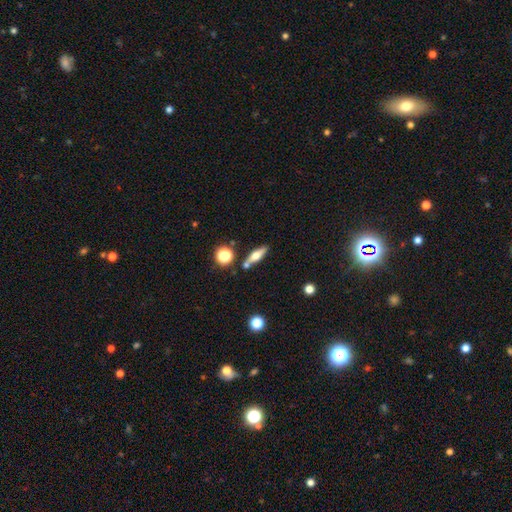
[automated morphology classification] Smooth or featured? featured or disk (48%)
Merging? none (75%)